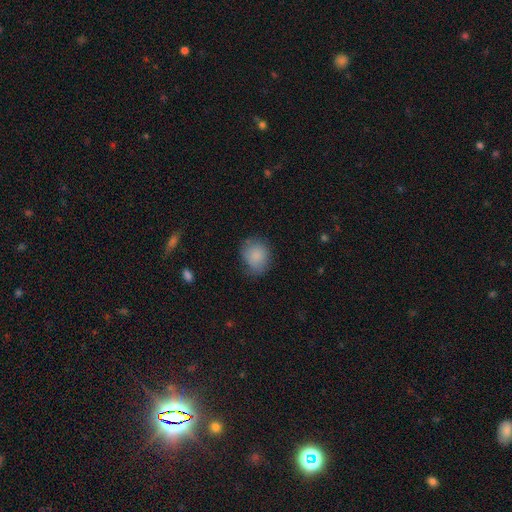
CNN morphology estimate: Smooth or featured? Predicted: smooth (p=0.85). How rounded? Predicted: round (p=0.61). Merging? Predicted: none (p=0.67).